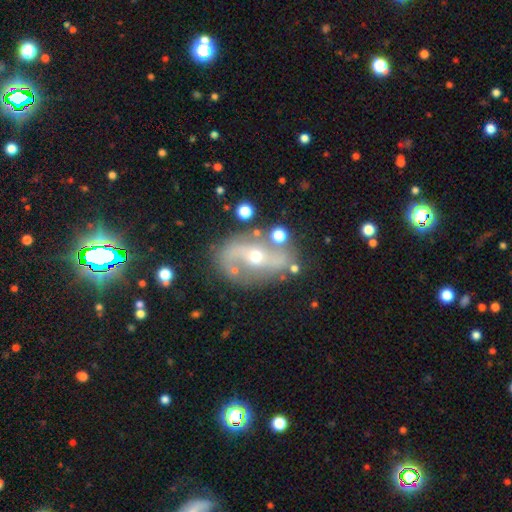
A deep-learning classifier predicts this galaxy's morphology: Q: Smooth or featured?
A: featured or disk (80%); runner-up: smooth (11%)
Q: Edge-on disk?
A: no (93%); runner-up: yes (7%)
Q: Bar?
A: no (40%); runner-up: strong (32%)
Q: Spiral arms?
A: yes (83%); runner-up: no (17%)
Q: Spiral winding?
A: loose (49%); runner-up: medium (34%)
Q: Spiral arm count?
A: 2 (86%); runner-up: can't tell (7%)
Q: Bulge size?
A: small (50%); runner-up: moderate (46%)
Q: Merging?
A: none (71%); runner-up: minor disturbance (16%)